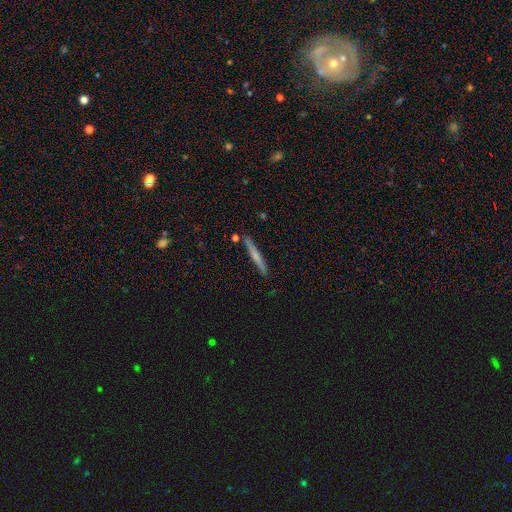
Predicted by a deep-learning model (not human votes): A smooth galaxy with no disk features (54%) that is cigar-shaped (96%). Merging: none (87%).